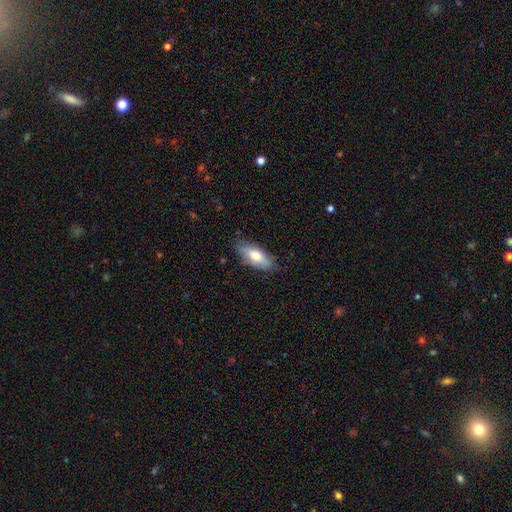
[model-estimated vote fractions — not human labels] The model was most divided on "smooth or featured": smooth: 69%, featured or disk: 24%, star or artifact: 6%. More confident: merging — none (80%); how rounded — in between (75%).